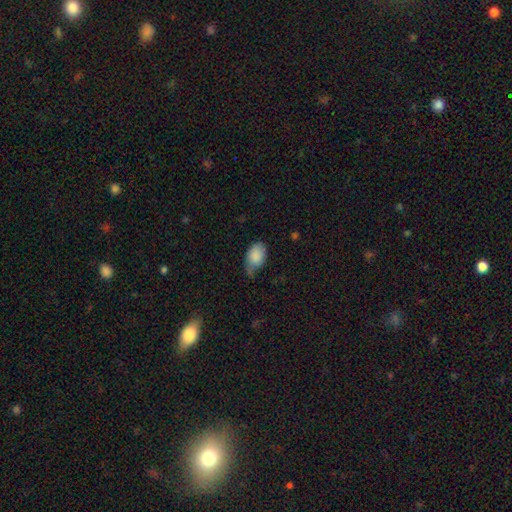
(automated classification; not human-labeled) Smooth or featured: smooth — 84% (featured or disk — 9%)
How rounded: in between — 85% (round — 14%)
Merging: none — 44% (minor disturbance — 42%)